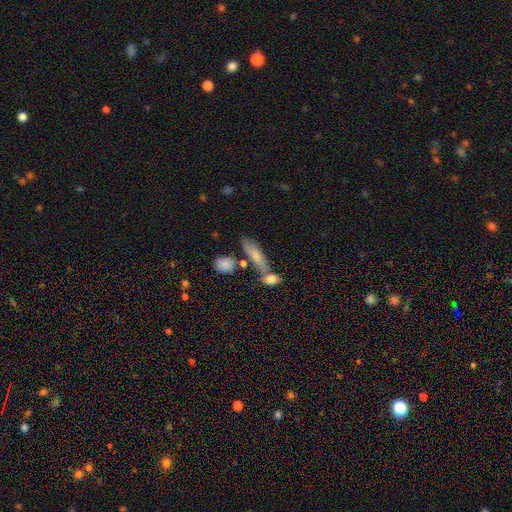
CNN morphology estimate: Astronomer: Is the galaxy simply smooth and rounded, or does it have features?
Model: smooth — 72%.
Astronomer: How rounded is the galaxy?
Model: cigar-shaped — 60% (runner-up: in between, 36%).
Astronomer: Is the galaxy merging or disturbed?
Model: none — 57%.